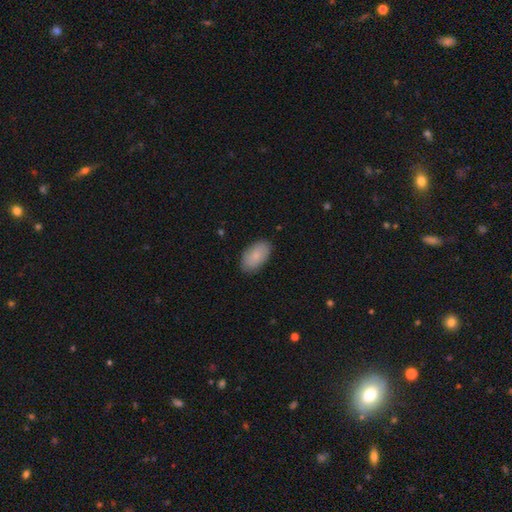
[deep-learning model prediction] Smooth or featured? smooth (84%)
How rounded? in between (94%)
Merging? none (86%)